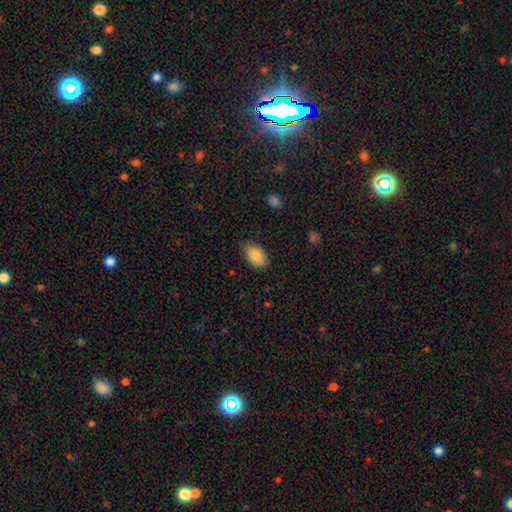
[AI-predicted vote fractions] Smooth or featured?
  - smooth: 84% *
  - featured or disk: 8%
  - star or artifact: 7%
How rounded?
  - in between: 90% *
  - round: 8%
  - cigar-shaped: 1%
Merging?
  - none: 77% *
  - minor disturbance: 19%
  - major disturbance: 3%
  - merger: 1%